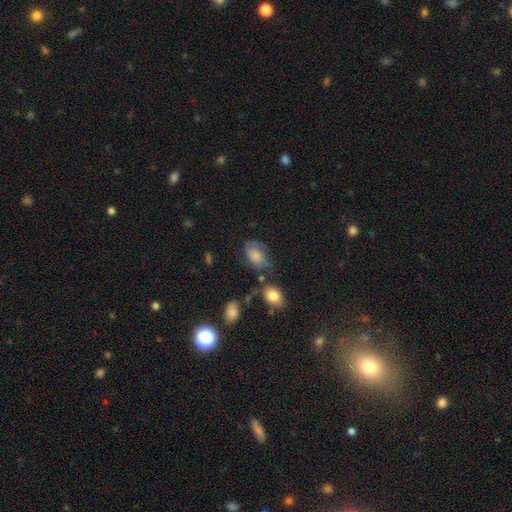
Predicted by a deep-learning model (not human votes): Smooth or featured: smooth — 77% (featured or disk — 14%)
How rounded: in between — 89% (round — 9%)
Merging: none — 45% (minor disturbance — 31%)